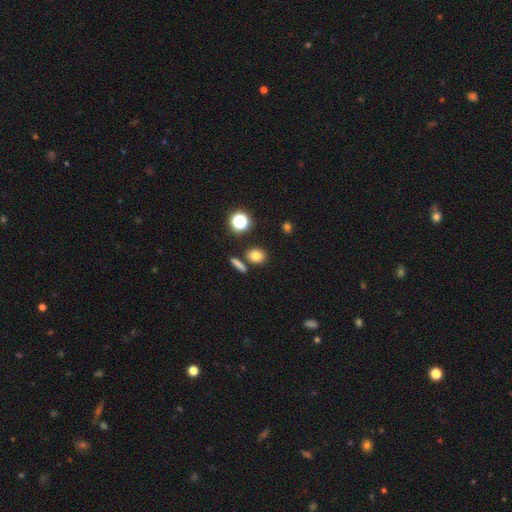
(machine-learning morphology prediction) Smooth or featured? Predicted: smooth (p=0.78). How rounded? Predicted: round (p=0.54). Merging? Predicted: none (p=0.78).